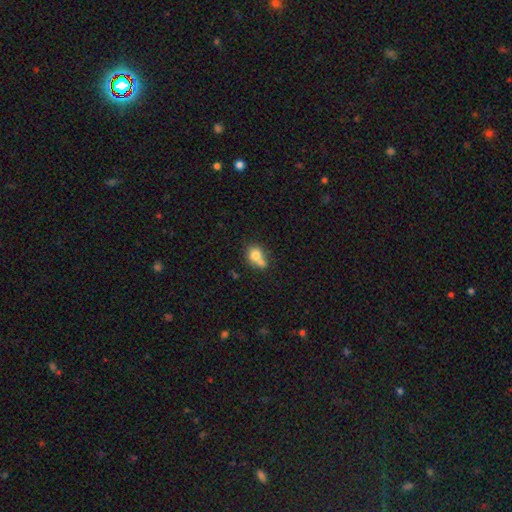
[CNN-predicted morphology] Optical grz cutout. It shows a smooth galaxy with no disk features (75%) that is round (69%). Merging: merger (51%).